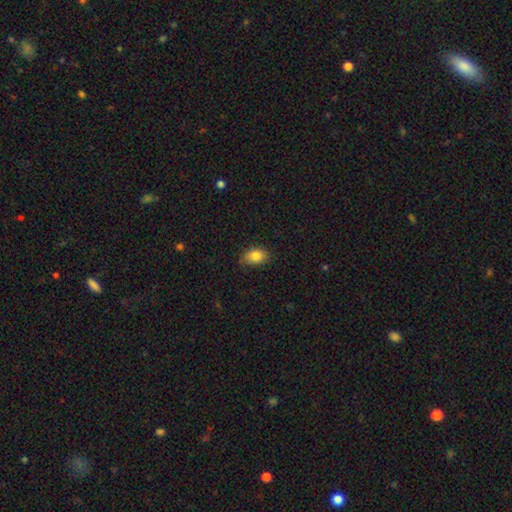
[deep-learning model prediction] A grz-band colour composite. It shows a smooth galaxy with no disk features (84%) that is in between round and cigar-shaped (80%). Merging: none (78%).